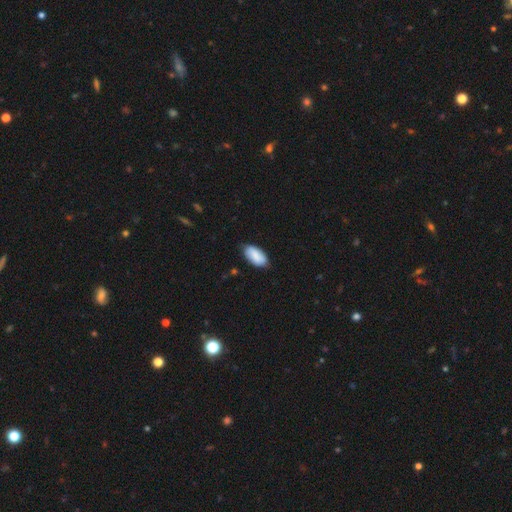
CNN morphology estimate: smooth-or-featured: smooth: 86% | featured or disk: 8% | star or artifact: 6%
  how-rounded: in between: 93% | cigar-shaped: 4% | round: 2%
  merging: none: 79% | minor disturbance: 17% | major disturbance: 2% | merger: 1%